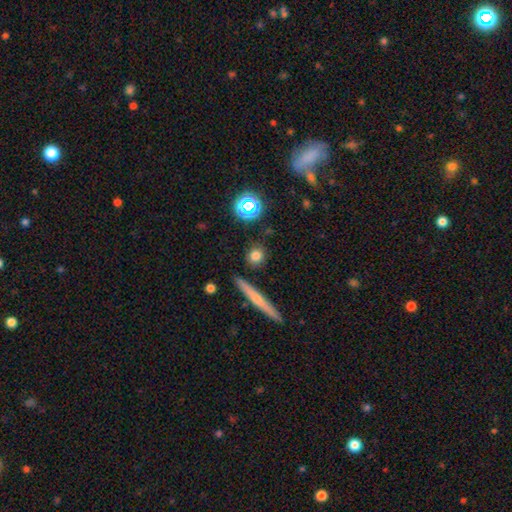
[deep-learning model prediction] A smooth galaxy with no disk features (75%) that is round (81%).

Vote fractions:
- Smooth or featured? smooth: 75% / star or artifact: 14% / featured or disk: 11%
- How rounded? round: 81% / in between: 13% / cigar-shaped: 6%
- Merging? none: 86% / minor disturbance: 8% / merger: 3% / major disturbance: 2%